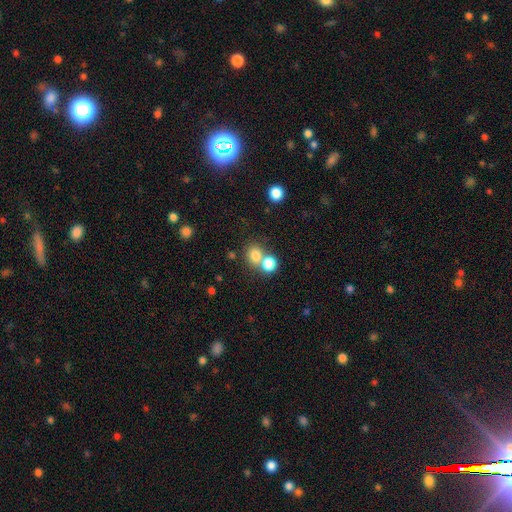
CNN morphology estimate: This appears to be a smooth galaxy with no disk features (79%) that is round (75%). Merging: merger (47%).